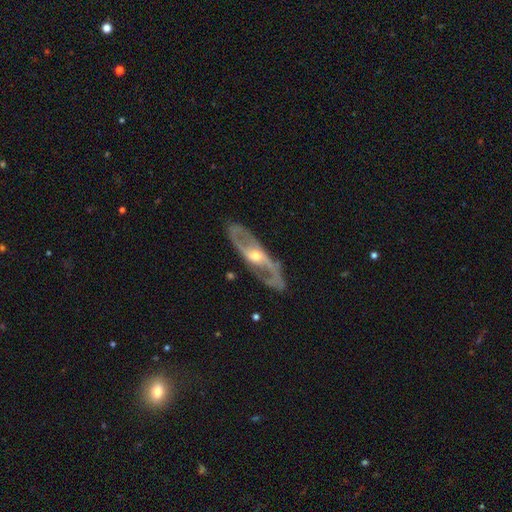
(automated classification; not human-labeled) A featured or disk galaxy (85%) with no bar (47%), 2 (86%) medium (48%) spiral arms (82%) and a moderate central bulge (58%). Merging: none (80%).